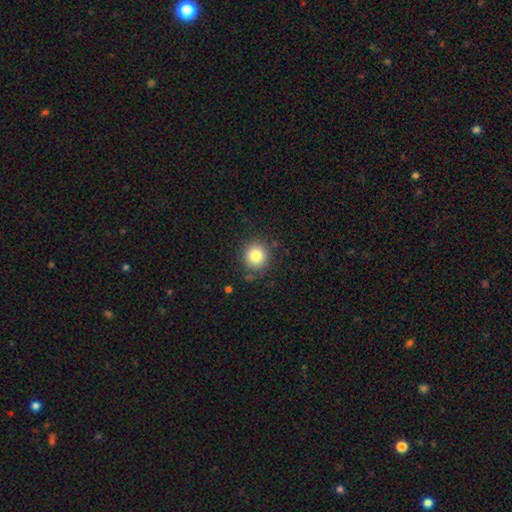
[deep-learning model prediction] The model was most divided on "smooth or featured": smooth: 82%, star or artifact: 11%, featured or disk: 7%. More confident: how rounded — round (92%); merging — none (84%).